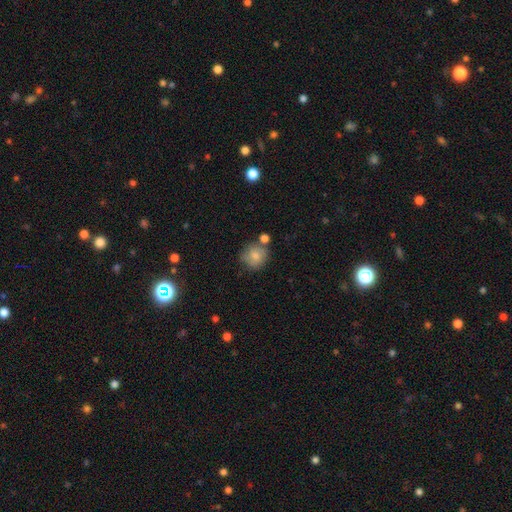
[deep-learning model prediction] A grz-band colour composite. It shows a smooth galaxy with no disk features (78%) that is round (85%). Merging: none (61%).